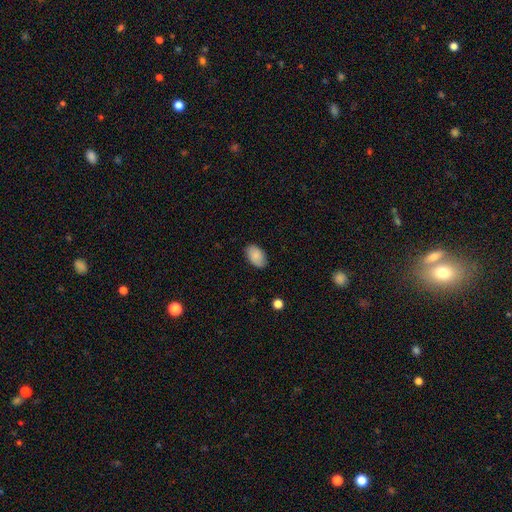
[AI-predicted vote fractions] Q: Smooth or featured?
A: smooth (85%); runner-up: featured or disk (8%)
Q: How rounded?
A: in between (92%); runner-up: round (7%)
Q: Merging?
A: none (84%); runner-up: minor disturbance (13%)